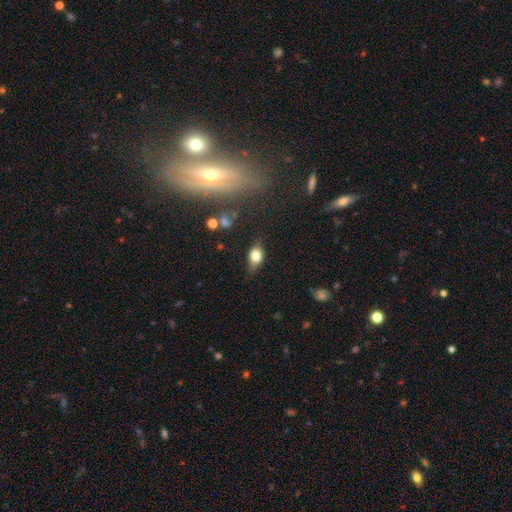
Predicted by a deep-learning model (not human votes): Morphology: type=smooth (66%); roundness=in between (73%); merging=none (68%).